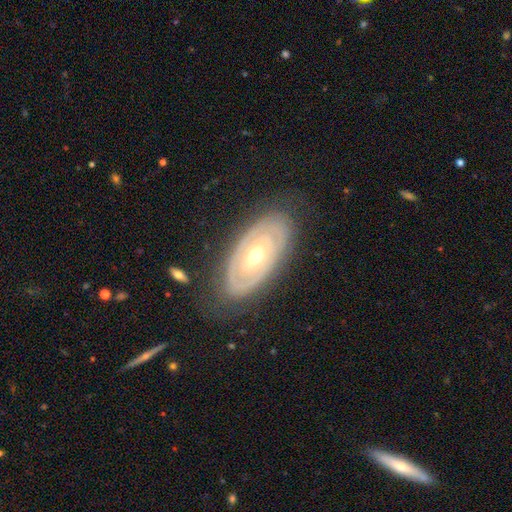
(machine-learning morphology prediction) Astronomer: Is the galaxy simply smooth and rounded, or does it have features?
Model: featured or disk — 78%.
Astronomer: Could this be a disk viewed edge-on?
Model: no — 92%.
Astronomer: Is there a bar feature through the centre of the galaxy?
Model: no — 77%.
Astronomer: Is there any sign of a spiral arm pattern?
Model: yes — 57% (runner-up: no, 43%).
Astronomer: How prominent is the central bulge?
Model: moderate — 51% (runner-up: small, 46%).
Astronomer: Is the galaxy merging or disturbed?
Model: none — 81%.